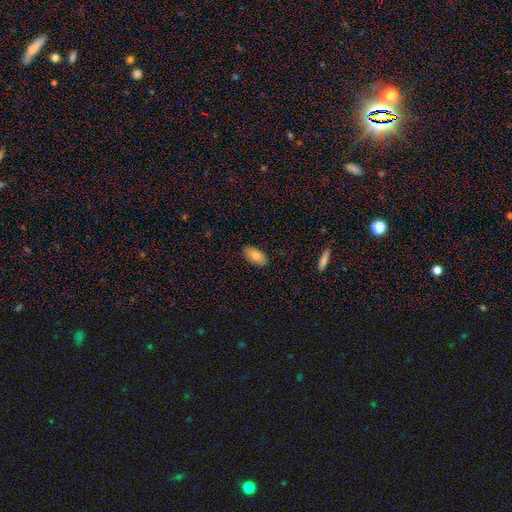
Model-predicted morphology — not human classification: smooth_or_featured: smooth (p=0.85) [alt: featured or disk p=0.08]
how_rounded: in between (p=0.92) [alt: cigar-shaped p=0.05]
merging: none (p=0.87) [alt: minor disturbance p=0.10]